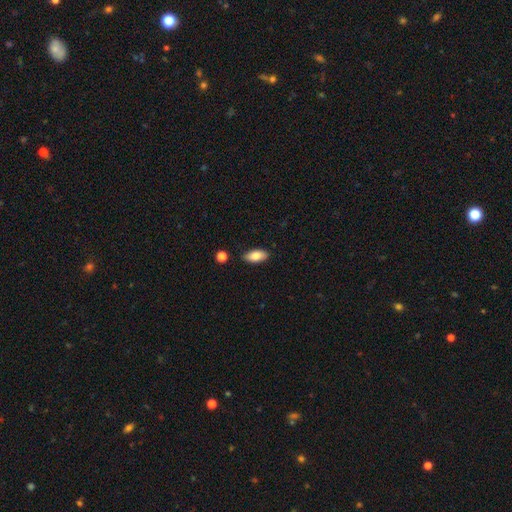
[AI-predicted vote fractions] smooth-or-featured: smooth: 82% | featured or disk: 11% | star or artifact: 7%
  how-rounded: in between: 90% | cigar-shaped: 8% | round: 3%
  merging: none: 86% | minor disturbance: 10% | merger: 2% | major disturbance: 2%